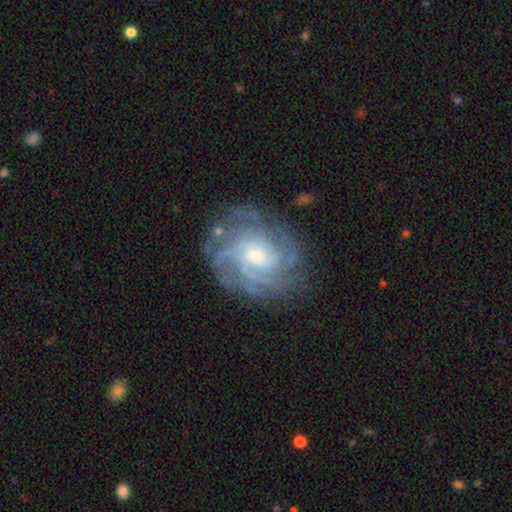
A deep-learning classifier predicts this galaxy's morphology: type=featured or disk (87%); edge-on=no (98%); bar=no (65%); spiral arms=yes (97%); winding=tight (66%); arm count=4 (28%); bulge=small (55%); merging=none (77%).